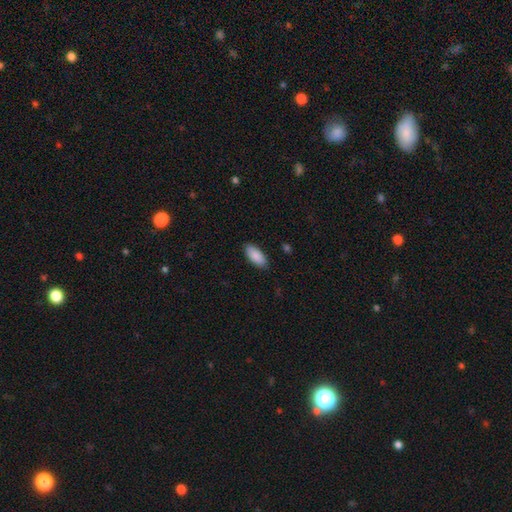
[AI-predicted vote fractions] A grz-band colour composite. It shows a smooth galaxy with no disk features (90%) that is in between round and cigar-shaped (88%). Merging: none (88%).